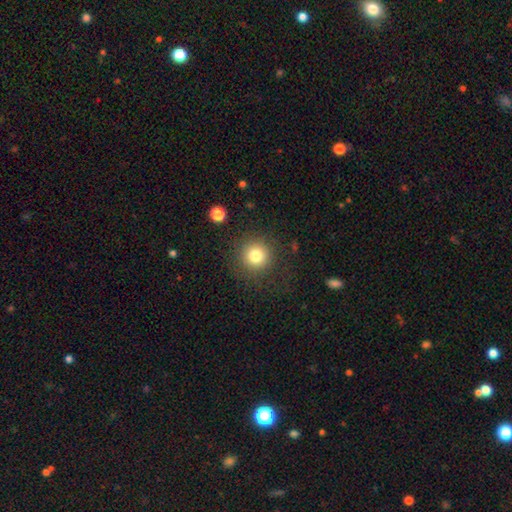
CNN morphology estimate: This is likely a smooth galaxy (80%). How rounded: clearly round (95%). Merging: clearly none (86%).